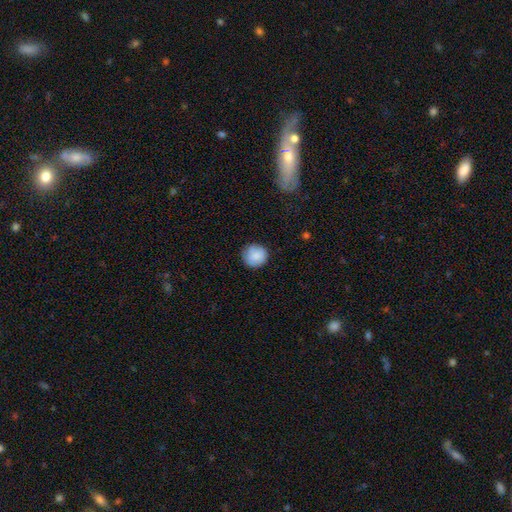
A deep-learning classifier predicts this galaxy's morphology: This is clearly a smooth galaxy (85%). How rounded: clearly round (92%). Merging: clearly none (82%).